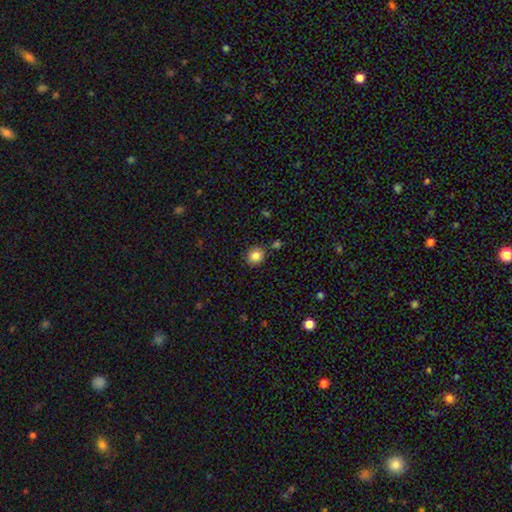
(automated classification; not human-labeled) Smooth or featured: smooth — 84% (star or artifact — 10%)
How rounded: round — 79% (in between — 20%)
Merging: none — 82% (minor disturbance — 10%)